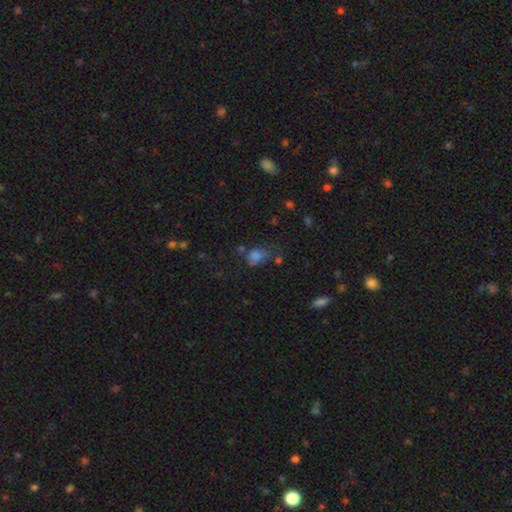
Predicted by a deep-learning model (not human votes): Q: Smooth or featured?
A: smooth (71%); runner-up: star or artifact (17%)
Q: How rounded?
A: in between (62%); runner-up: round (37%)
Q: Merging?
A: none (36%); runner-up: minor disturbance (27%)